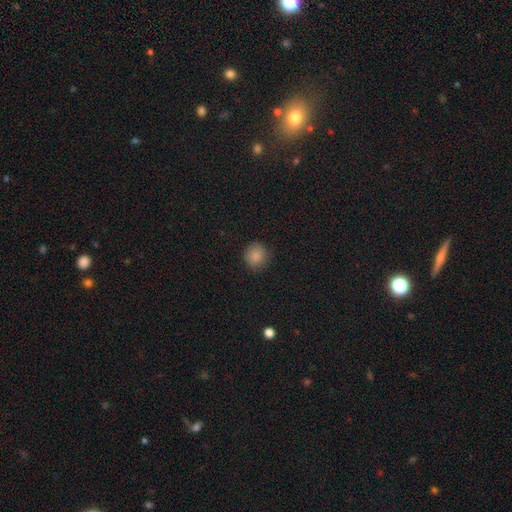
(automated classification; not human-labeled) This is clearly a smooth galaxy (87%). How rounded: clearly round (90%). Merging: clearly none (86%).